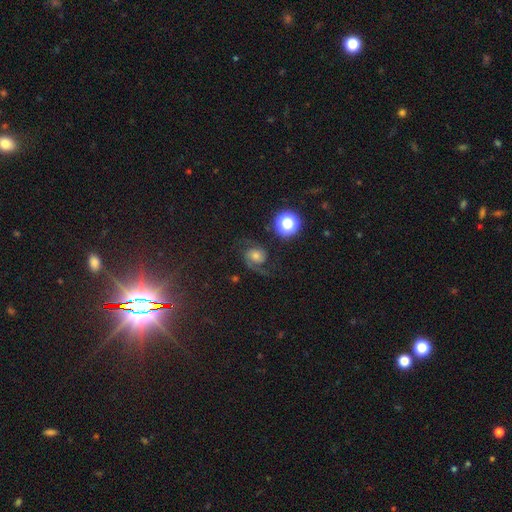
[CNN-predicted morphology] This is likely a featured or disk galaxy (69%). It is clearly not viewed edge-on (98%). Bar: likely no (68%). Spiral arm pattern: clearly yes (95%). Spiral arm count: clearly 2 (86%). Spiral winding: possibly medium (49%). Central bulge: possibly moderate (49%). Merging: likely none (68%).